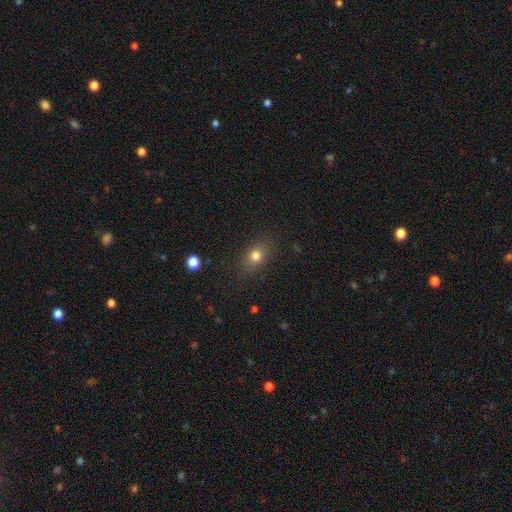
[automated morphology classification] Smooth or featured: smooth — 76% (star or artifact — 13%)
How rounded: in between — 61% (round — 36%)
Merging: none — 82% (minor disturbance — 13%)